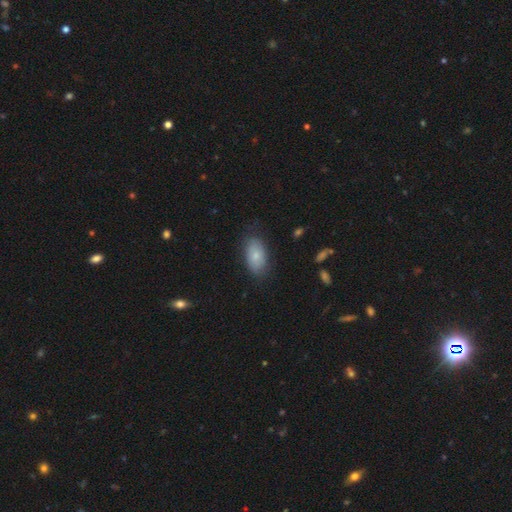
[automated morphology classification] smooth 75%, featured or disk 18%, star or artifact 7%. Down the decision tree: how rounded — in between (92%); merging — none (74%).